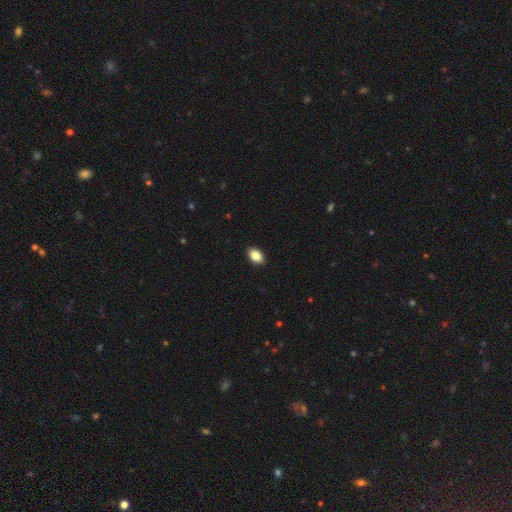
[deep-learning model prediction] A smooth galaxy with no disk features (86%) that is in between round and cigar-shaped (88%).

Vote fractions:
- Smooth or featured? smooth: 86% / star or artifact: 8% / featured or disk: 6%
- How rounded? in between: 88% / round: 10% / cigar-shaped: 1%
- Merging? none: 91% / minor disturbance: 7% / major disturbance: 2% / merger: 1%